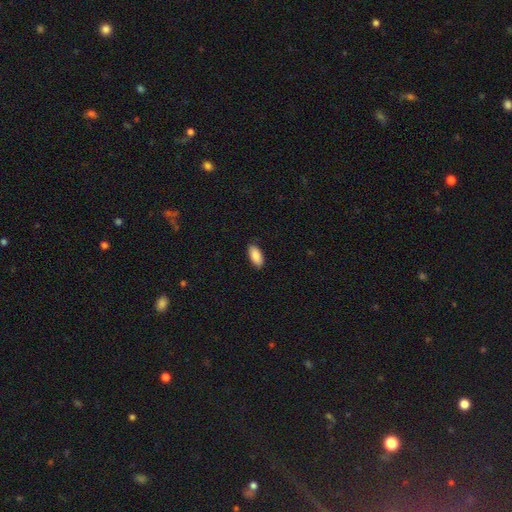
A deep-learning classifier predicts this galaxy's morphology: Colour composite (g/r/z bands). It shows a smooth galaxy with no disk features (89%) that is in between round and cigar-shaped (92%). Merging: none (89%).